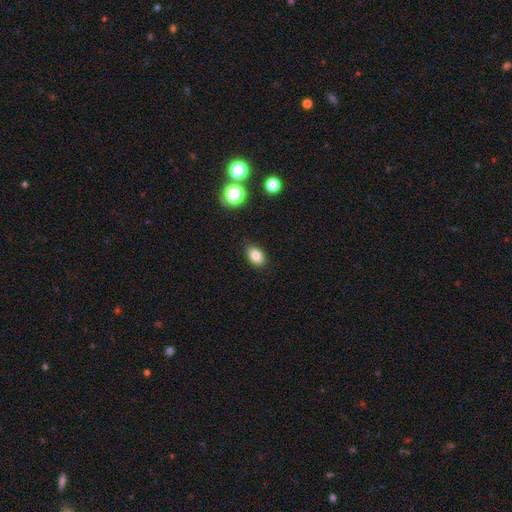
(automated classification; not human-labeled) Smooth or featured? Predicted: smooth (p=0.81). How rounded? Predicted: in between (p=0.83). Merging? Predicted: none (p=0.86).